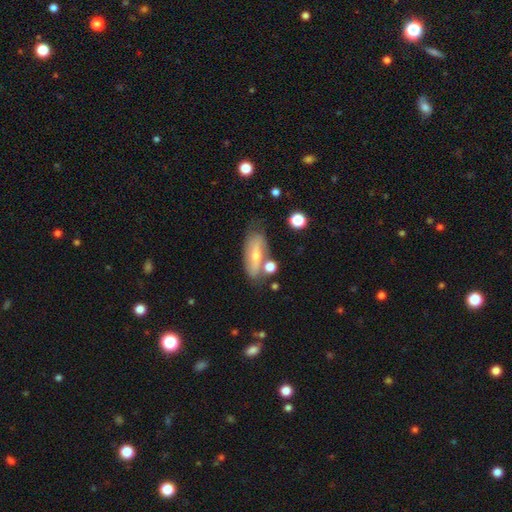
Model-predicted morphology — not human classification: A featured or disk galaxy (51%).

Vote fractions:
- Smooth or featured? featured or disk: 51% / smooth: 41% / star or artifact: 7%
- Edge-on disk? no: 75% / yes: 25%
- Merging? none: 57% / minor disturbance: 22% / merger: 12% / major disturbance: 9%